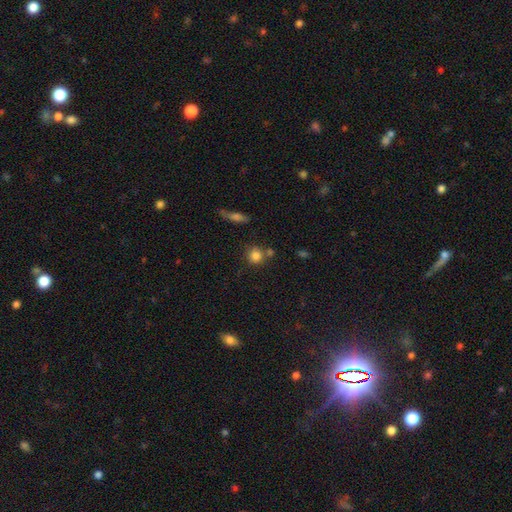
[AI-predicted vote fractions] This appears to be a smooth galaxy with no disk features (82%) that is round (87%). Merging: none (66%).